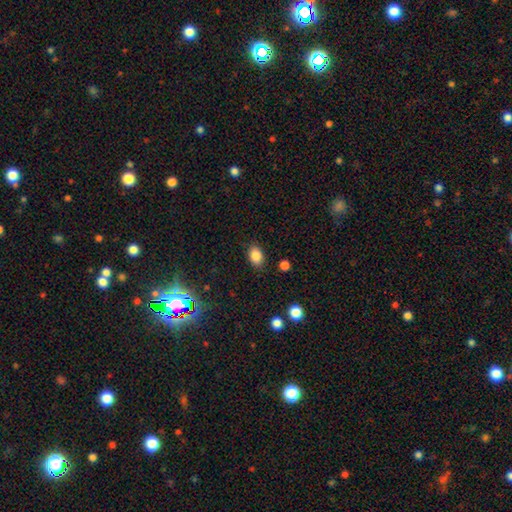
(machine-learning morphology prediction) Overall: smooth (85%). How rounded: in between (80%). Merging: none (85%).